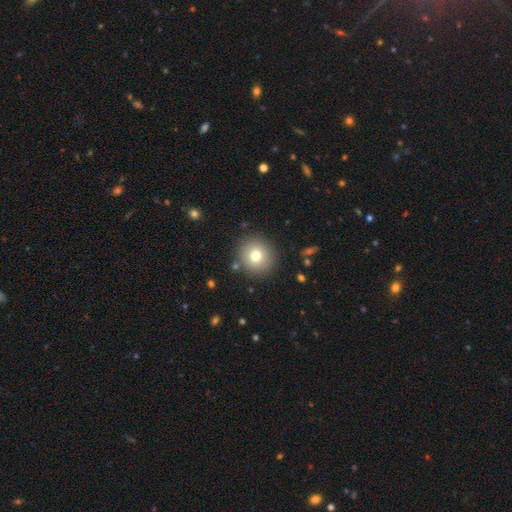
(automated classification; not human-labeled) Morphology: type=smooth (77%); roundness=round (92%); merging=none (88%).